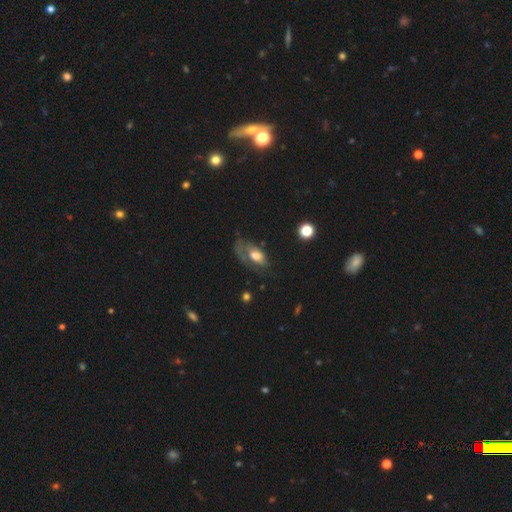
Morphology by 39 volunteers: Smooth or featured?
  - featured or disk: 62% *
  - smooth: 36%
  - star or artifact: 3%
Edge-on disk?
  - no: 88% *
  - yes: 12%
Bar?
  - no: 90% *
  - weak: 10%
  - strong: 0%
Spiral arms?
  - yes: 67% *
  - no: 33%
Spiral winding?
  - tight: 50% *
  - loose: 29%
  - medium: 21%
Spiral arm count?
  - 1: 86% *
  - 4: 7%
  - can't tell: 7%
  - 2: 0%
  - 3: 0%
  - more than 4: 0%
Bulge size?
  - moderate: 52% *
  - large: 43%
  - dominant: 5%
  - small: 0%
  - none: 0%
Merging?
  - major disturbance: 47% *
  - none: 39%
  - minor disturbance: 11%
  - merger: 3%